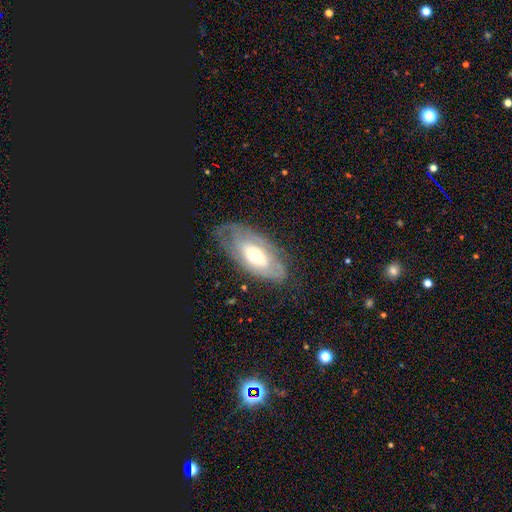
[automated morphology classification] The model was most divided on "spiral arms": yes: 58%, no: 42%. More confident: edge-on disk — no (86%); bulge size — moderate (64%); smooth or featured — featured or disk (62%); bar — no (60%); merging — none (60%).